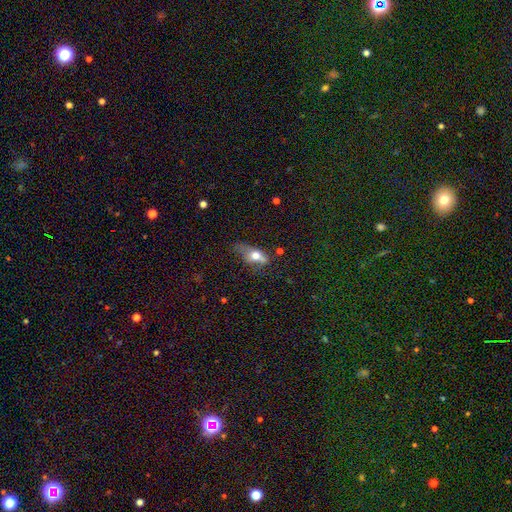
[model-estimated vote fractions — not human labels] Morphology: type=smooth (63%); roundness=in between (72%); merging=minor disturbance (32%).